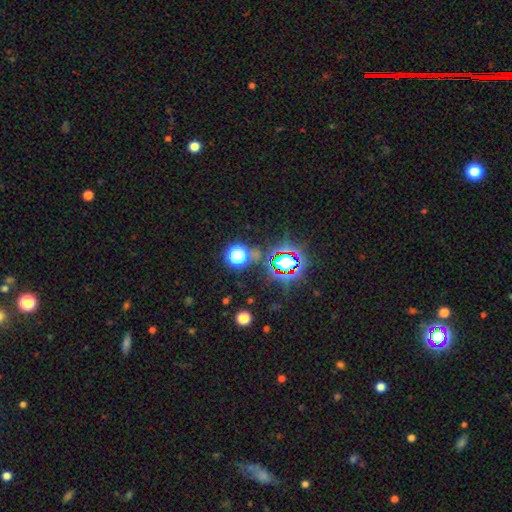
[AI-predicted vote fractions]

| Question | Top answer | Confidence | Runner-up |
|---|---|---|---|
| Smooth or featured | star or artifact | 78% | smooth (14%) |